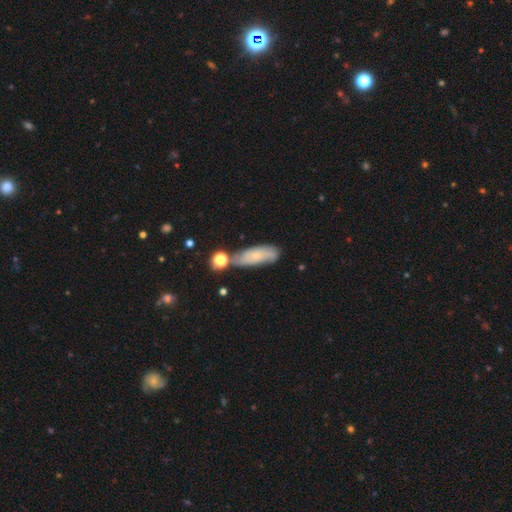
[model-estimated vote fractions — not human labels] Smooth or featured?
  - smooth: 57% *
  - featured or disk: 34%
  - star or artifact: 9%
How rounded?
  - in between: 56% *
  - cigar-shaped: 41%
  - round: 3%
Merging?
  - none: 55% *
  - minor disturbance: 24%
  - merger: 14%
  - major disturbance: 7%